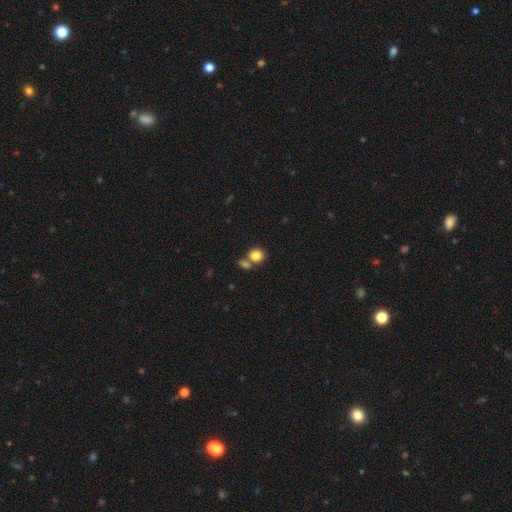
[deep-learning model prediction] The model was most divided on "merging": none: 54%, merger: 33%, minor disturbance: 9%, major disturbance: 4%. More confident: smooth or featured — smooth (84%); how rounded — round (78%).